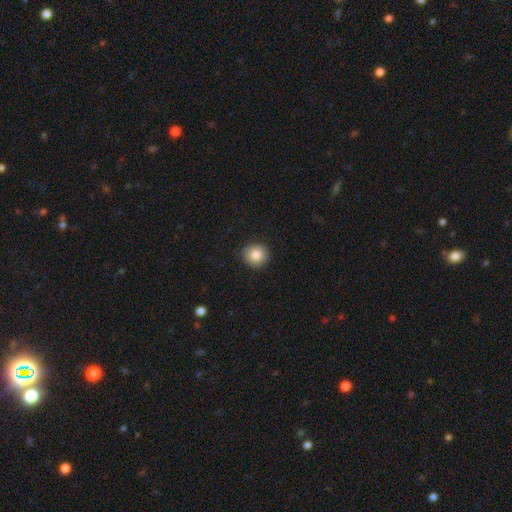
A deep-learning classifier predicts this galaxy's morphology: A smooth galaxy with no disk features (85%) that is round (89%). Merging: none (90%).